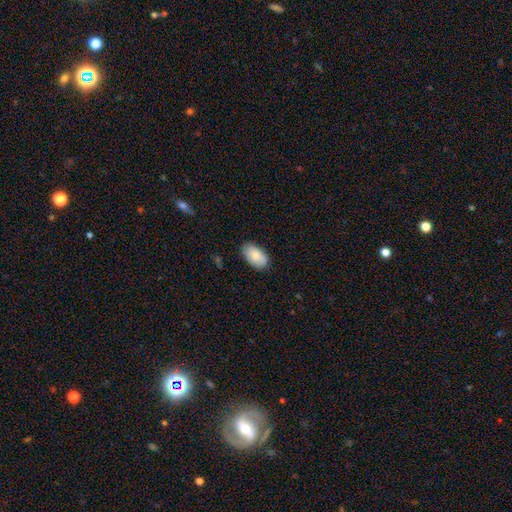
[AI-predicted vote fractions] smooth 83%, featured or disk 11%, star or artifact 6%. Down the decision tree: how rounded — in between (94%); merging — none (81%).